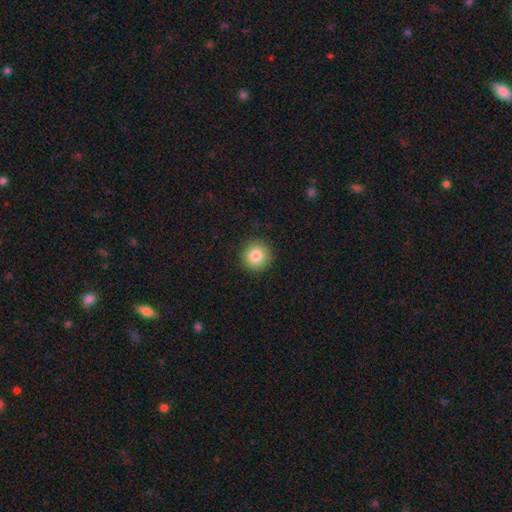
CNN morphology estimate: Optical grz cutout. It shows a smooth galaxy with no disk features (84%) that is round (94%). Merging: none (92%).